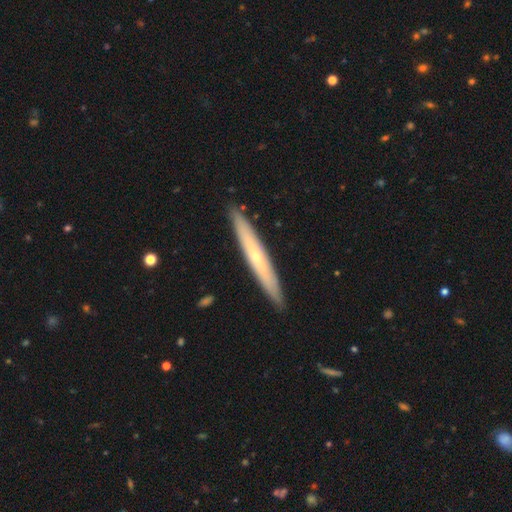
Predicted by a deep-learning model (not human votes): A featured or disk galaxy (53%) viewed edge-on (91%).

Vote fractions:
- Smooth or featured? featured or disk: 53% / smooth: 42% / star or artifact: 5%
- Edge-on disk? yes: 91% / no: 9%
- Merging? none: 91% / minor disturbance: 7% / major disturbance: 1% / merger: 1%